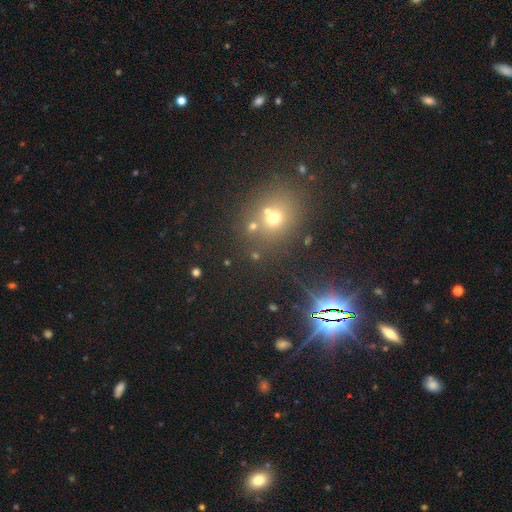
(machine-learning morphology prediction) Overall: star or artifact (48%; smooth 40%).